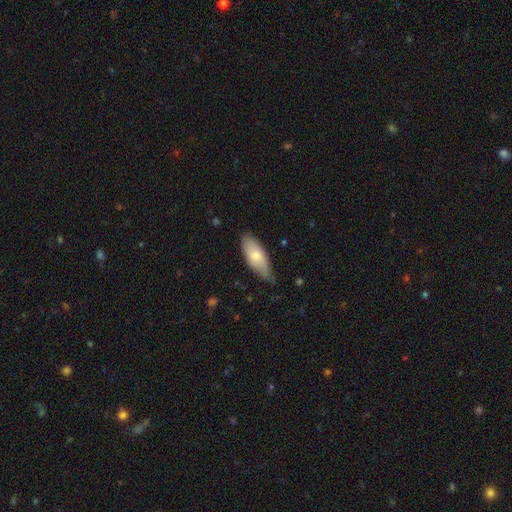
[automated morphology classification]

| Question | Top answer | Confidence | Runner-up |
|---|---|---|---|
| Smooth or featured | smooth | 72% | featured or disk (22%) |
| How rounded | in between | 80% | cigar-shaped (18%) |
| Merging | none | 64% | minor disturbance (30%) |